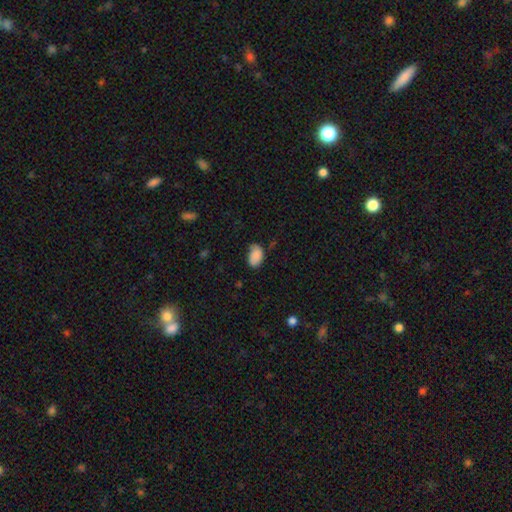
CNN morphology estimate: This is clearly a smooth galaxy (85%). How rounded: clearly in between (89%). Merging: possibly none (59%).